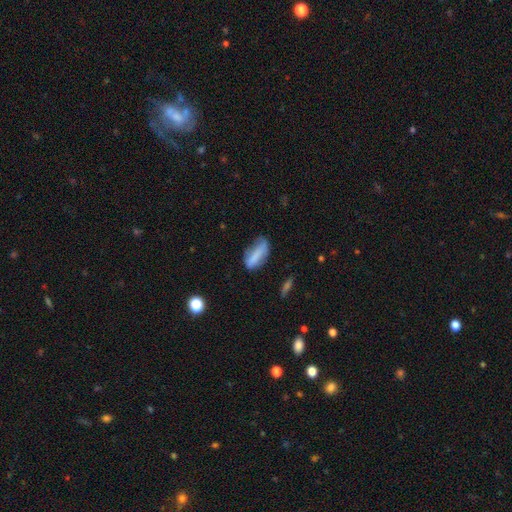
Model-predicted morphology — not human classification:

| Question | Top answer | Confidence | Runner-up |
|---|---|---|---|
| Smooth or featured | smooth | 75% | featured or disk (16%) |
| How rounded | in between | 71% | cigar-shaped (27%) |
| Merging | none | 50% | minor disturbance (33%) |